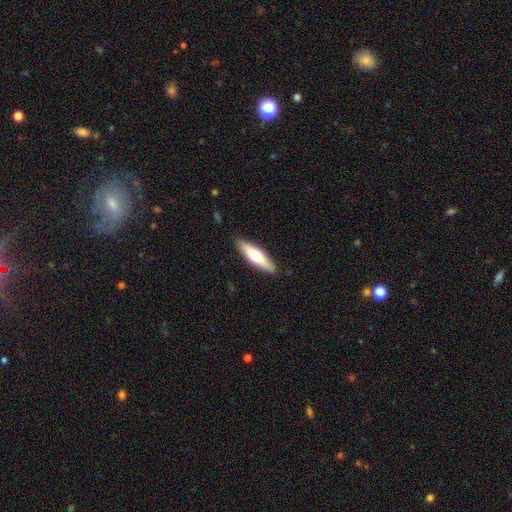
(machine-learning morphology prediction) A smooth galaxy with no disk features (60%) that is cigar-shaped (67%).

Vote fractions:
- Smooth or featured? smooth: 60% / featured or disk: 35% / star or artifact: 5%
- How rounded? cigar-shaped: 67% / in between: 32% / round: 2%
- Merging? none: 88% / minor disturbance: 9% / major disturbance: 2% / merger: 1%